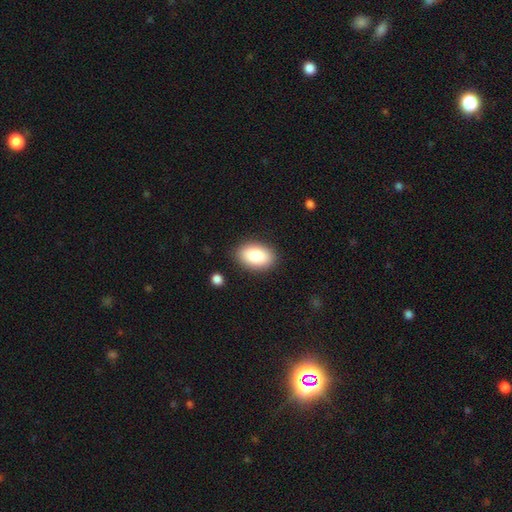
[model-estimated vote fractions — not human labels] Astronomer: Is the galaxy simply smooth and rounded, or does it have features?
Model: smooth — 86%.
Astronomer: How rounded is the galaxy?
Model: in between — 90%.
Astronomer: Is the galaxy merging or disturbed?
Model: none — 88%.